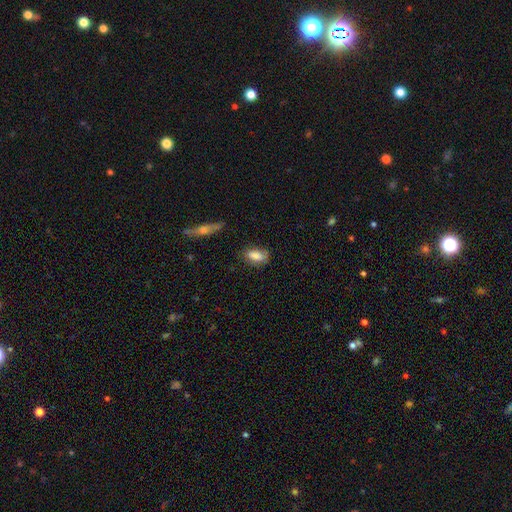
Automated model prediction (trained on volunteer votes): Overall: smooth (84%). How rounded: in between (87%). Merging: none (71%).